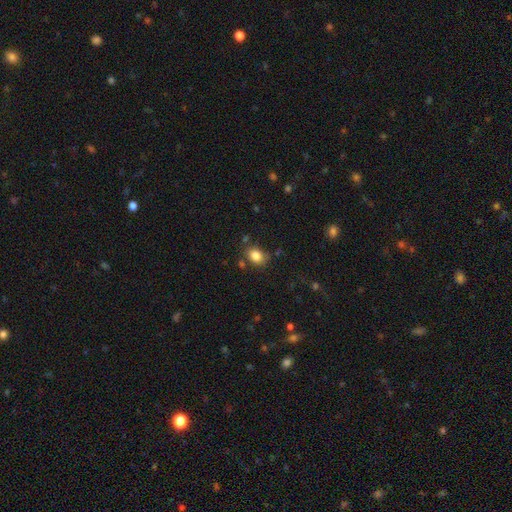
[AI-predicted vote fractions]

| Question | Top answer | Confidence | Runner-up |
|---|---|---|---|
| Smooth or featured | smooth | 84% | star or artifact (10%) |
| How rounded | in between | 60% | round (39%) |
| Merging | none | 75% | minor disturbance (16%) |